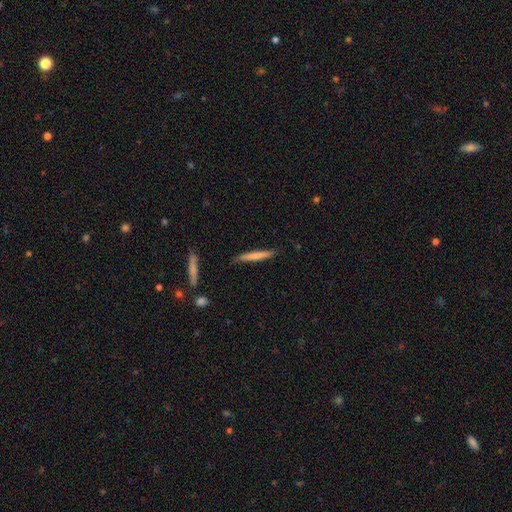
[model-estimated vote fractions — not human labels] This is likely a smooth galaxy (70%). How rounded: clearly cigar-shaped (95%). Merging: clearly none (83%).